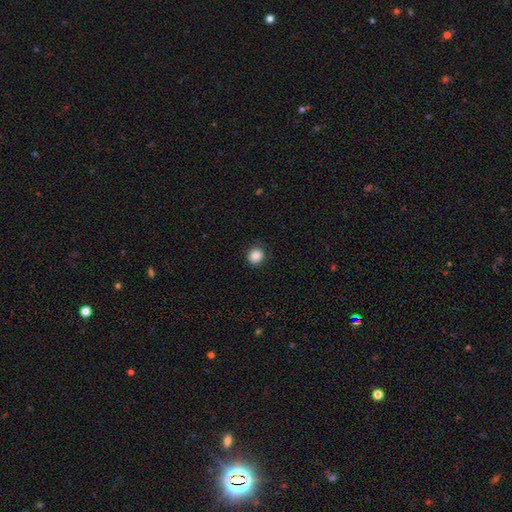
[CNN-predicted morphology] Smooth or featured? smooth (87%)
How rounded? round (86%)
Merging? none (83%)